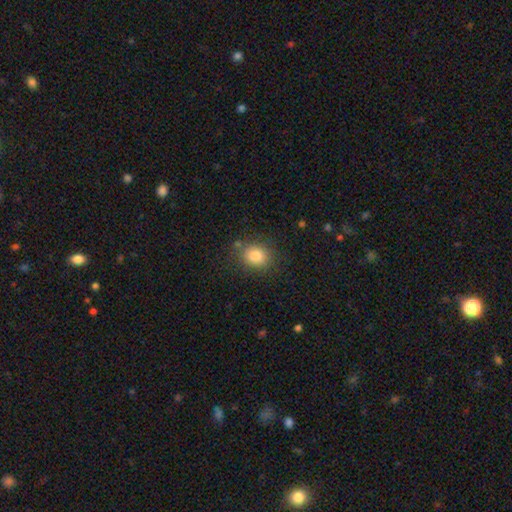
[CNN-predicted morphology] Q: Smooth or featured?
A: smooth (84%); runner-up: star or artifact (10%)
Q: How rounded?
A: round (57%); runner-up: in between (42%)
Q: Merging?
A: none (79%); runner-up: minor disturbance (14%)